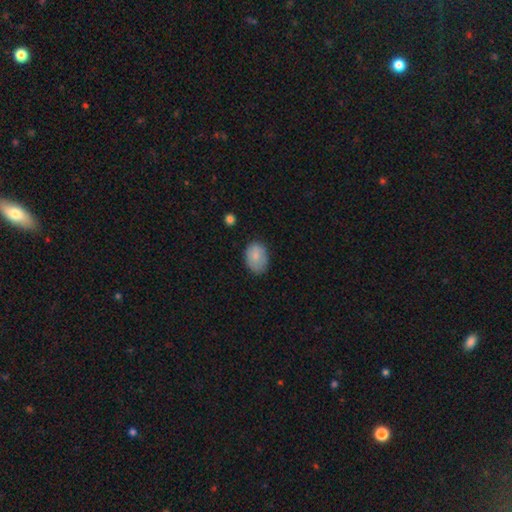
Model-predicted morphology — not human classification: smooth_or_featured: smooth (p=0.81) [alt: featured or disk p=0.12]
how_rounded: in between (p=0.78) [alt: round p=0.21]
merging: none (p=0.73) [alt: minor disturbance p=0.21]